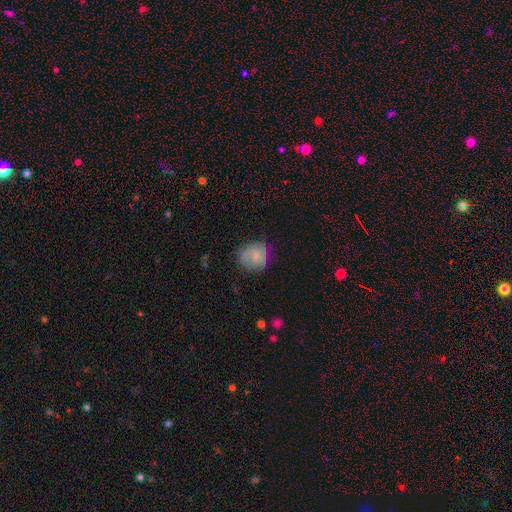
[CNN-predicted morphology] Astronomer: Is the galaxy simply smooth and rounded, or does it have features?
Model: featured or disk — 56% (runner-up: smooth, 37%).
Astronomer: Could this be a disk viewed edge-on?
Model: no — 98%.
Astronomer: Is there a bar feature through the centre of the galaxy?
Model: no — 55% (runner-up: weak, 38%).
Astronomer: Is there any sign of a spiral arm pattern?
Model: yes — 88%.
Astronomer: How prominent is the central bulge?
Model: small — 50% (runner-up: moderate, 28%).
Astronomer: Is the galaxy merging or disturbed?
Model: none — 75%.